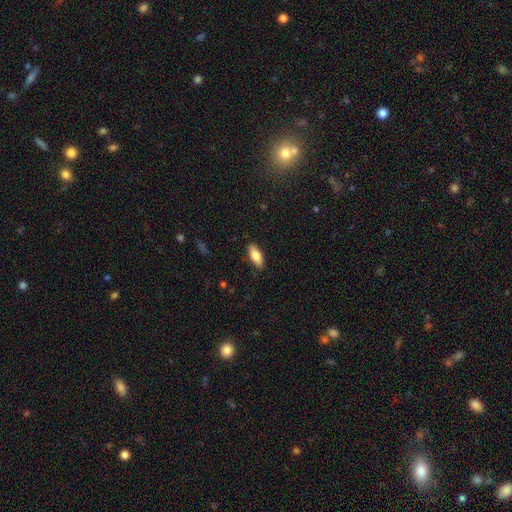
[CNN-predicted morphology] Smooth or featured: smooth — 73% (featured or disk — 20%)
How rounded: in between — 76% (cigar-shaped — 22%)
Merging: none — 87% (minor disturbance — 10%)